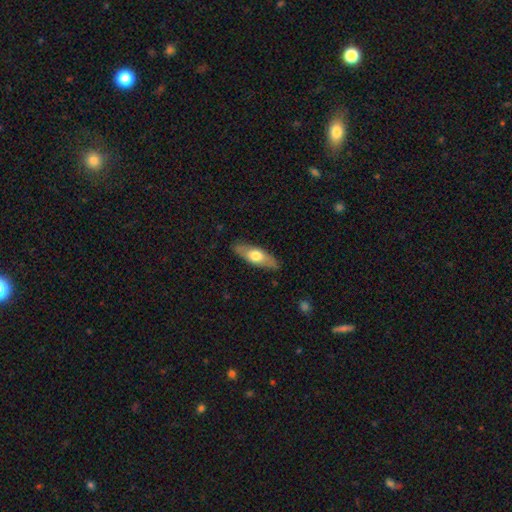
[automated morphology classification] A smooth galaxy with no disk features (56%) that is in between round and cigar-shaped (54%).

Vote fractions:
- Smooth or featured? smooth: 56% / featured or disk: 38% / star or artifact: 5%
- How rounded? in between: 54% / cigar-shaped: 43% / round: 3%
- Merging? none: 85% / minor disturbance: 11% / major disturbance: 2% / merger: 1%